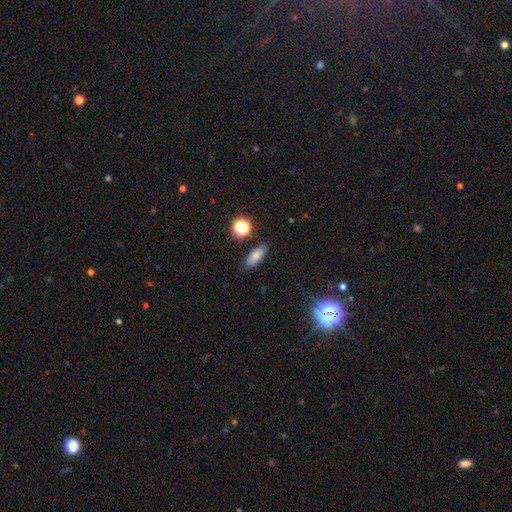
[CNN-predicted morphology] Smooth or featured? Predicted: smooth (p=0.80). How rounded? Predicted: in between (p=0.75). Merging? Predicted: none (p=0.84).